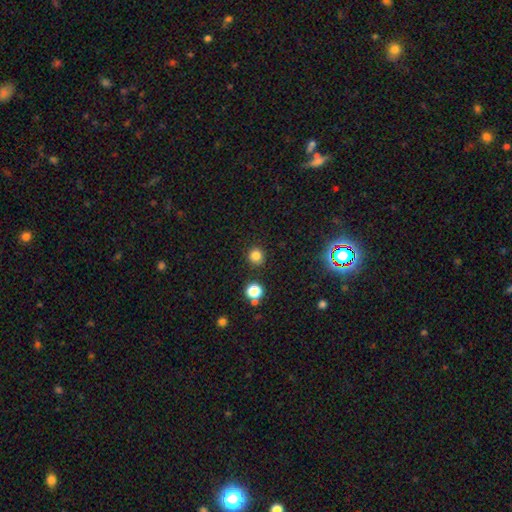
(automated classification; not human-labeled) Smooth or featured? Predicted: smooth (p=0.81). How rounded? Predicted: round (p=0.93). Merging? Predicted: none (p=0.89).